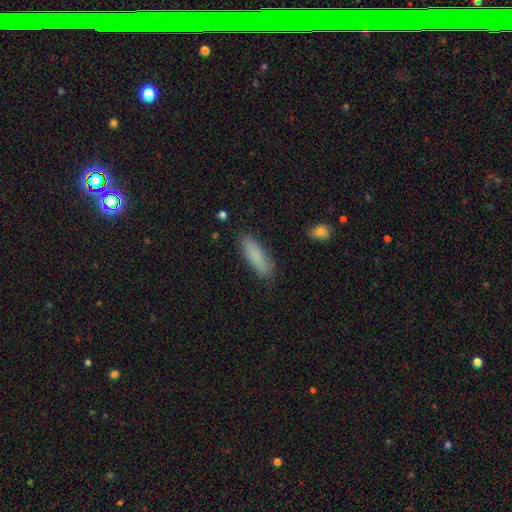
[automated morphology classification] Smooth or featured? smooth (85%)
How rounded? cigar-shaped (55%)
Merging? none (83%)